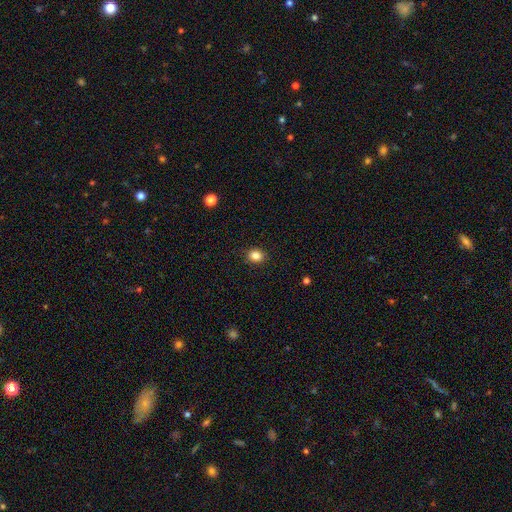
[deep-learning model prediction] Smooth or featured? smooth (85%)
How rounded? round (67%)
Merging? none (89%)